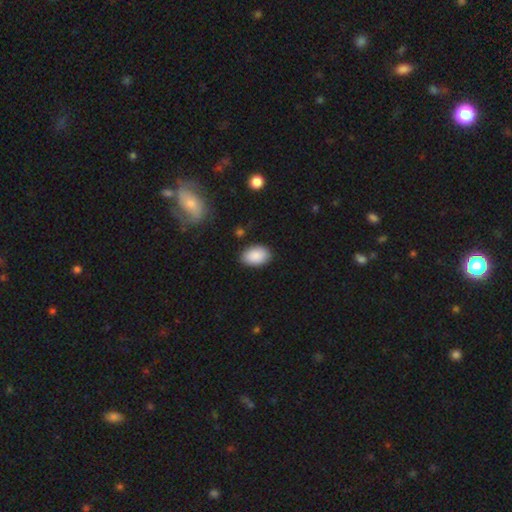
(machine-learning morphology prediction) This appears to be a smooth galaxy with no disk features (90%) that is in between round and cigar-shaped (91%). Merging: none (86%).